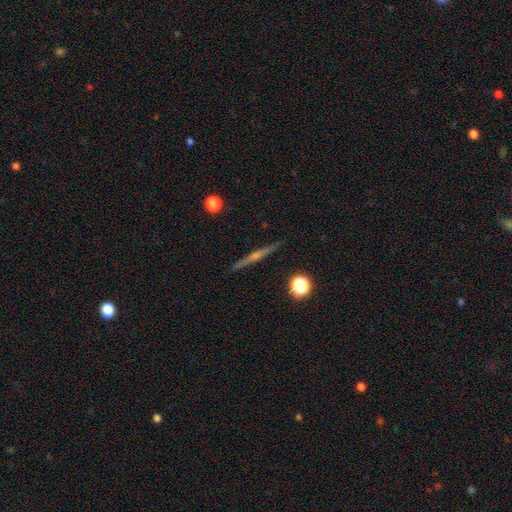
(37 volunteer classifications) Smooth or featured: featured or disk — 97% (smooth — 3%)
Edge-on disk: yes — 100%
Edge-on bulge: rounded — 72% (boxy — 19%)
Merging: none — 95% (minor disturbance — 3%)